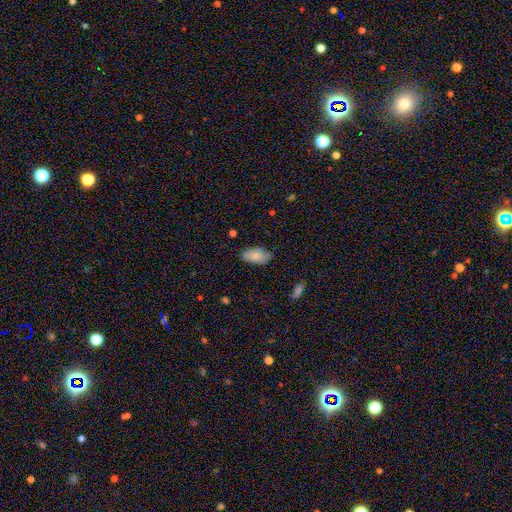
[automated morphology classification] smooth_or_featured: smooth (p=0.82) [alt: featured or disk p=0.12]
how_rounded: in between (p=0.94) [alt: round p=0.03]
merging: none (p=0.78) [alt: minor disturbance p=0.18]